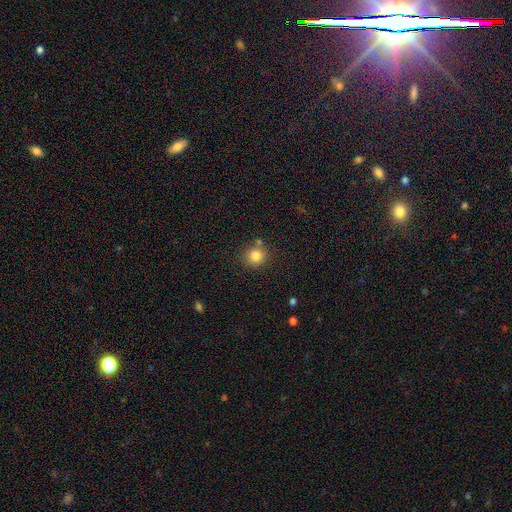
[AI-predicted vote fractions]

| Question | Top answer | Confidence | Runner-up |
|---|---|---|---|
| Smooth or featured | smooth | 83% | star or artifact (11%) |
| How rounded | round | 86% | in between (13%) |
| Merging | none | 75% | minor disturbance (11%) |